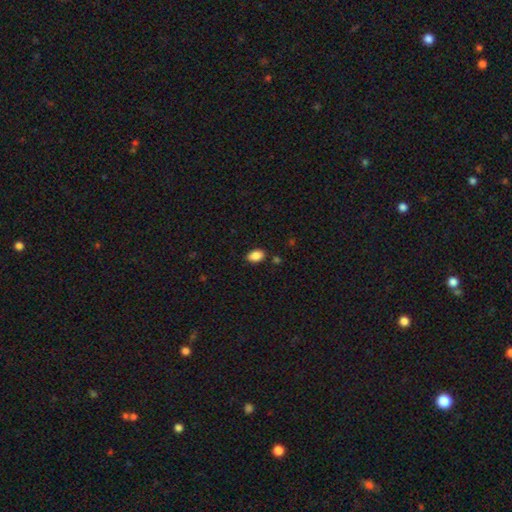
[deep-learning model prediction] Morphology: type=smooth (88%); roundness=in between (88%); merging=none (86%).